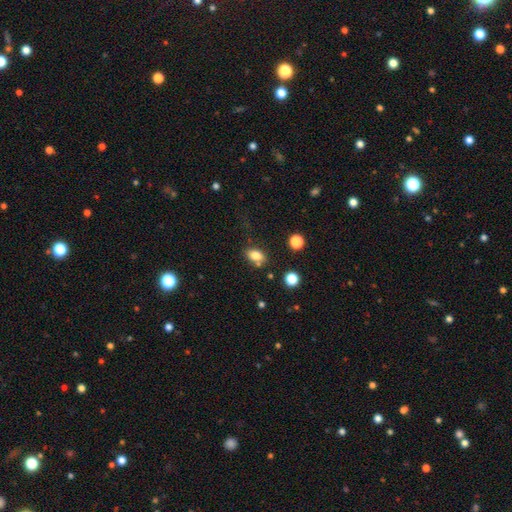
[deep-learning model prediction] Q: Smooth or featured?
A: smooth (80%); runner-up: star or artifact (11%)
Q: How rounded?
A: in between (81%); runner-up: round (16%)
Q: Merging?
A: none (70%); runner-up: minor disturbance (16%)